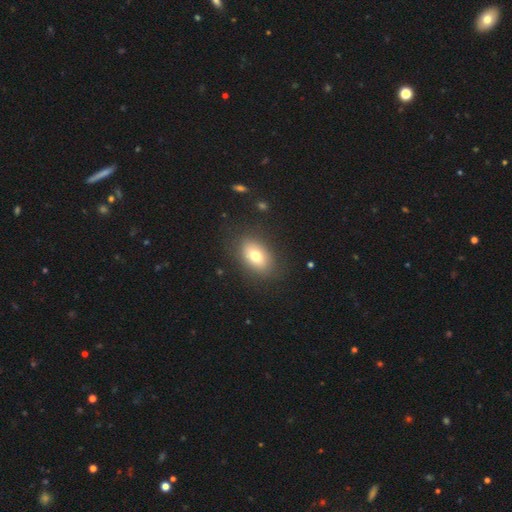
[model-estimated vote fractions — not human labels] smooth-or-featured: smooth: 74% | featured or disk: 17% | star or artifact: 9%
  how-rounded: in between: 84% | round: 14% | cigar-shaped: 2%
  merging: none: 84% | minor disturbance: 11% | major disturbance: 4% | merger: 1%